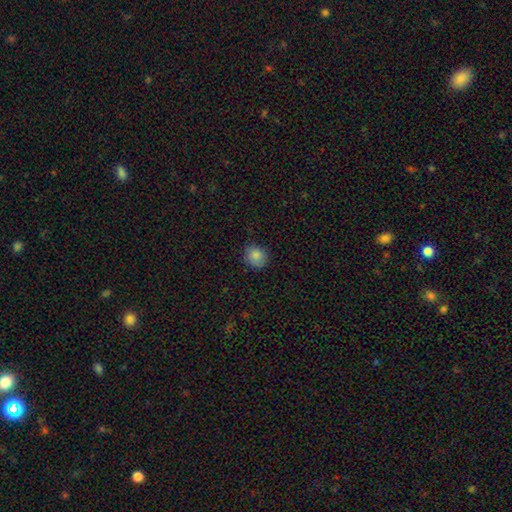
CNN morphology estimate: Smooth or featured? Predicted: smooth (p=0.84). How rounded? Predicted: round (p=0.71). Merging? Predicted: none (p=0.81).